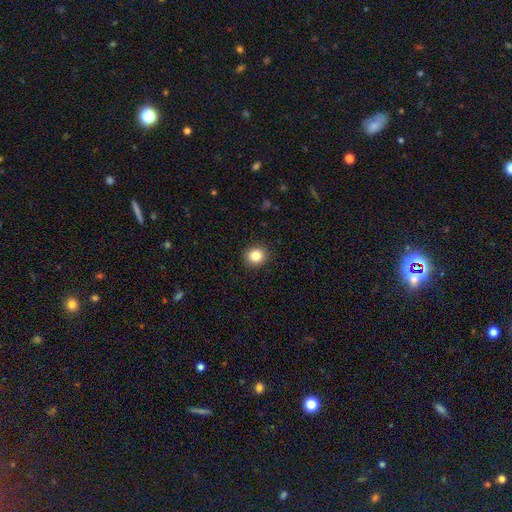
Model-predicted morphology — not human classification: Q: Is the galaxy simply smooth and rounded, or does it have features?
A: smooth — 83%.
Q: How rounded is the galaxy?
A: round — 85%.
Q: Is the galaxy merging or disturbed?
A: none — 92%.